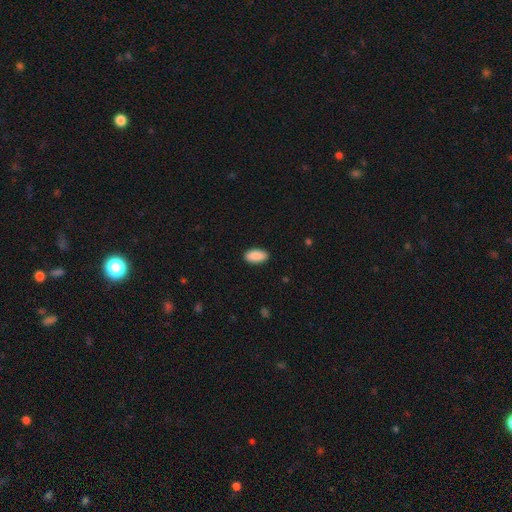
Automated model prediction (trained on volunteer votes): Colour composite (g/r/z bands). It shows a smooth galaxy with no disk features (90%) that is in between round and cigar-shaped (93%). Merging: none (90%).